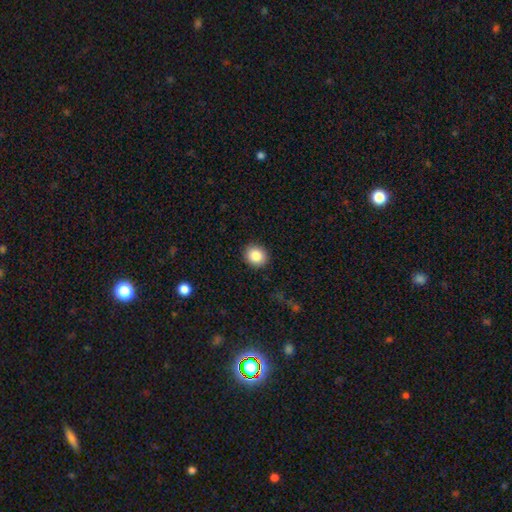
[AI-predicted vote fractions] Q: Smooth or featured?
A: smooth (86%); runner-up: star or artifact (9%)
Q: How rounded?
A: round (81%); runner-up: in between (18%)
Q: Merging?
A: none (90%); runner-up: minor disturbance (7%)